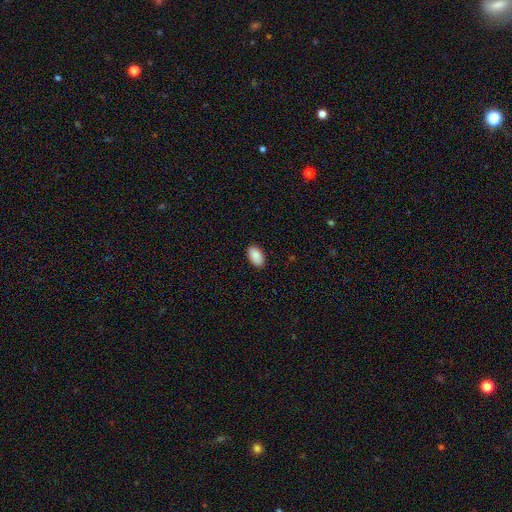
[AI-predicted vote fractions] smooth_or_featured: smooth (p=0.90) [alt: star or artifact p=0.06]
how_rounded: in between (p=0.95) [alt: round p=0.04]
merging: none (p=0.89) [alt: minor disturbance p=0.08]